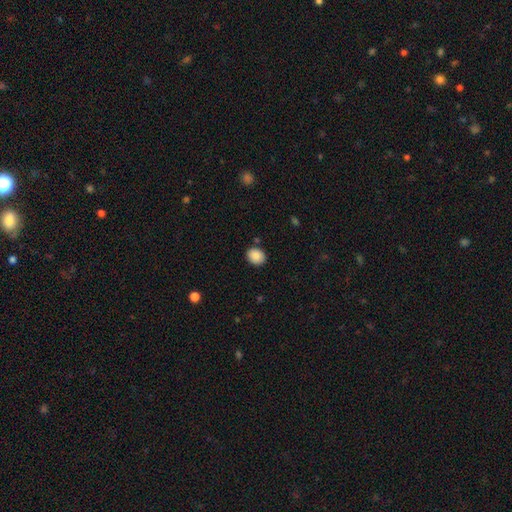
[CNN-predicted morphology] A smooth galaxy with no disk features (88%) that is round (60%). Merging: none (85%).